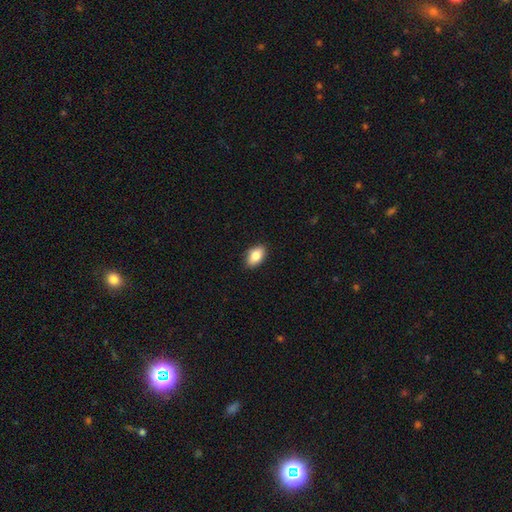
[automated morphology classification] Smooth or featured? Predicted: smooth (p=0.85). How rounded? Predicted: in between (p=0.91). Merging? Predicted: none (p=0.88).